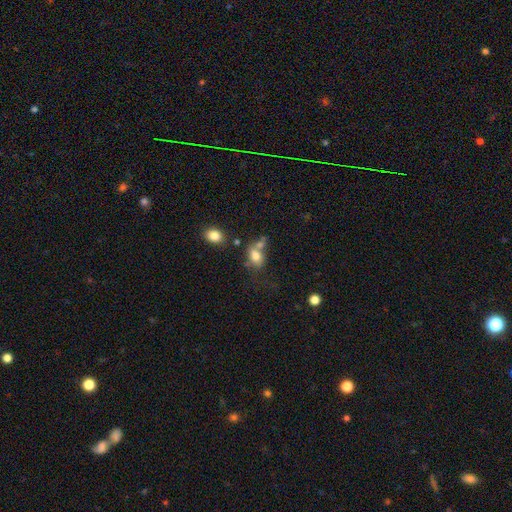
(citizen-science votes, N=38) A smooth galaxy with no disk features (82%) that is in between round and cigar-shaped (74%). Merging: merger (50%).